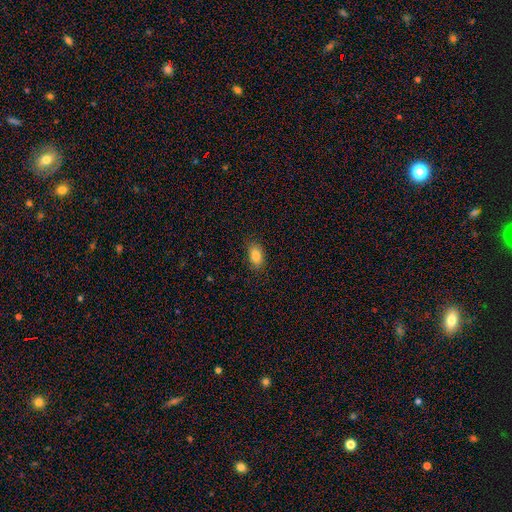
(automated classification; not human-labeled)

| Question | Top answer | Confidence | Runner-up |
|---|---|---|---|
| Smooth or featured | smooth | 86% | star or artifact (8%) |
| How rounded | in between | 89% | round (8%) |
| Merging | none | 84% | minor disturbance (12%) |